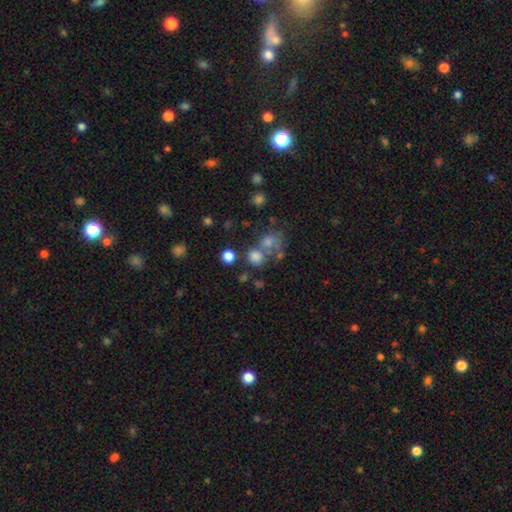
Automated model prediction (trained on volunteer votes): Smooth or featured?
  - smooth: 74% *
  - star or artifact: 16%
  - featured or disk: 10%
How rounded?
  - round: 77% *
  - in between: 22%
  - cigar-shaped: 1%
Merging?
  - none: 51% *
  - merger: 32%
  - minor disturbance: 10%
  - major disturbance: 6%